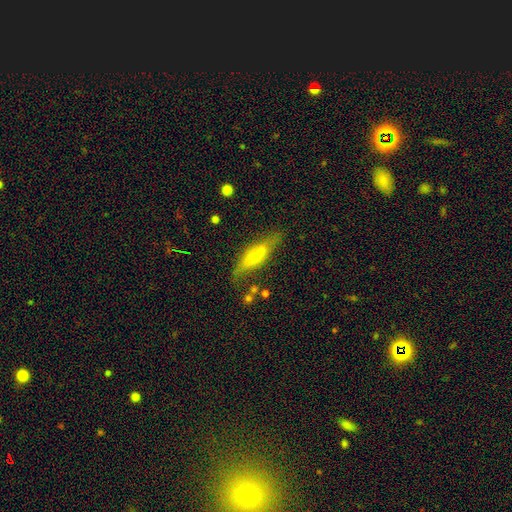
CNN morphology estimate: This is possibly a smooth galaxy (54%). How rounded: likely cigar-shaped (68%). Merging: likely none (68%).